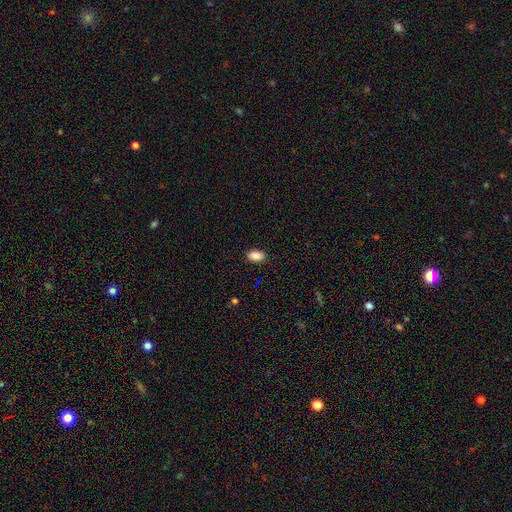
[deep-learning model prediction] smooth_or_featured: smooth (p=0.88) [alt: star or artifact p=0.08]
how_rounded: in between (p=0.92) [alt: round p=0.06]
merging: none (p=0.88) [alt: minor disturbance p=0.09]